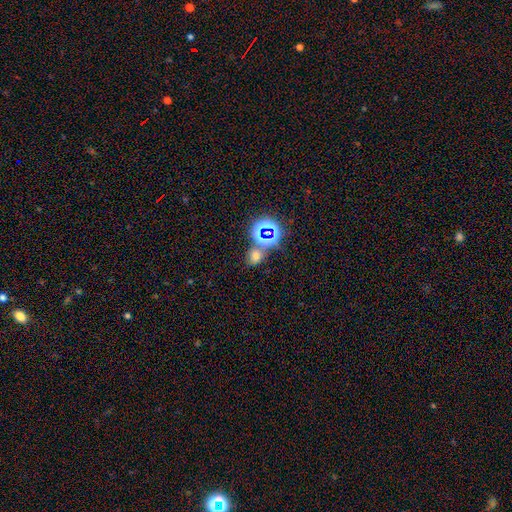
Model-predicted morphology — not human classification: Smooth or featured? smooth (51%)
How rounded? round (50%)
Merging? none (62%)